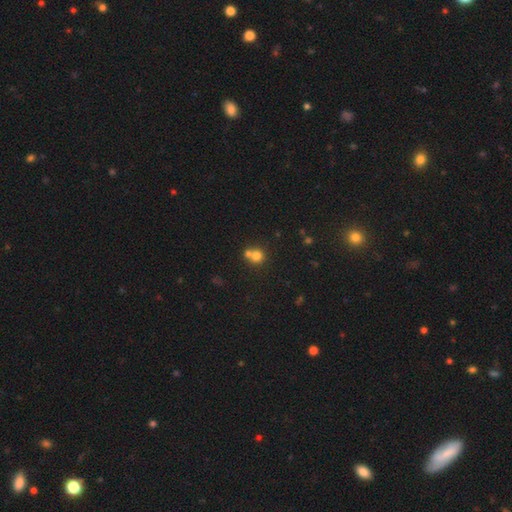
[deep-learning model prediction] Morphology: type=smooth (74%); roundness=round (86%); merging=merger (48%).